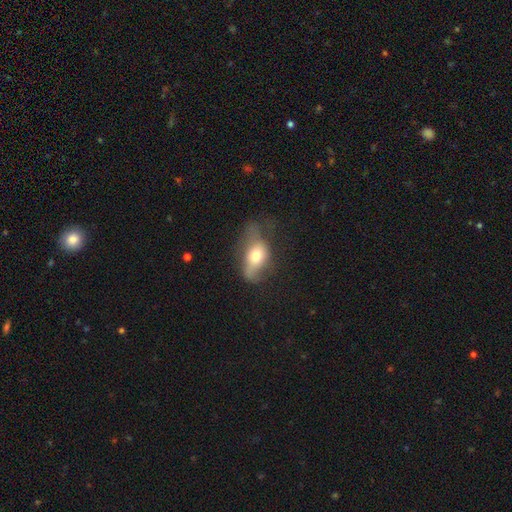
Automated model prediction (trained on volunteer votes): smooth_or_featured: smooth (p=0.61) [alt: featured or disk p=0.31]
how_rounded: in between (p=0.82) [alt: round p=0.13]
merging: major disturbance (p=0.37) [alt: minor disturbance p=0.30]